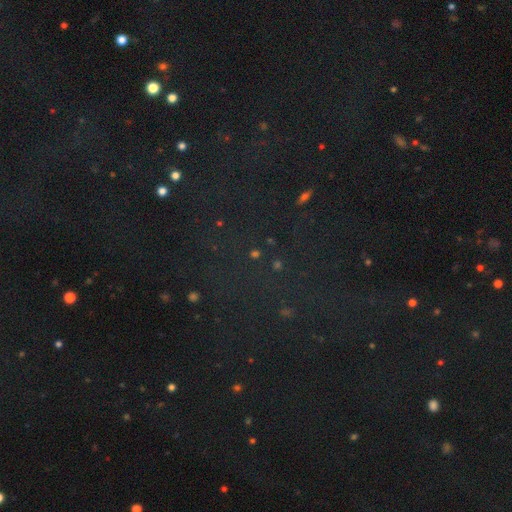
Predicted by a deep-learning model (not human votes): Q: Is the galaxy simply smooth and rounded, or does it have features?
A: star or artifact — 73%.